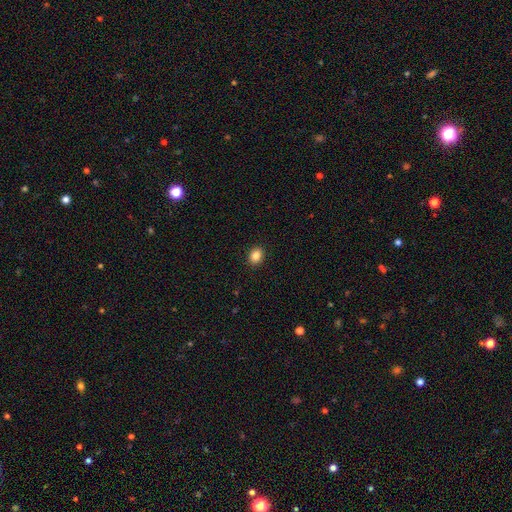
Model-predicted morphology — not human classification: smooth 86%, star or artifact 10%, featured or disk 4%. Down the decision tree: how rounded — in between (53%); merging — none (91%).